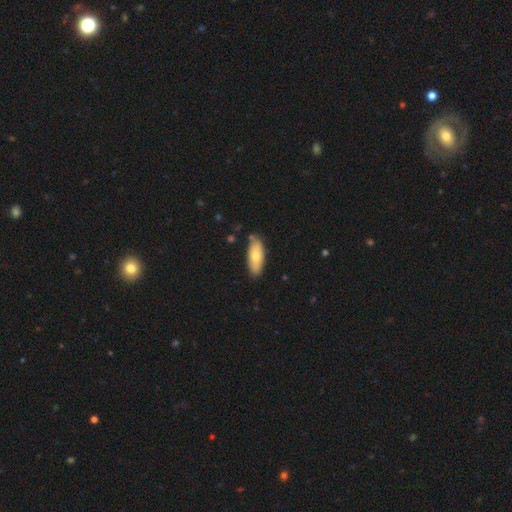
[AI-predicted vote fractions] smooth-or-featured: smooth: 70% | featured or disk: 24% | star or artifact: 6%
  how-rounded: in between: 75% | cigar-shaped: 23% | round: 2%
  merging: none: 79% | minor disturbance: 16% | merger: 3% | major disturbance: 3%